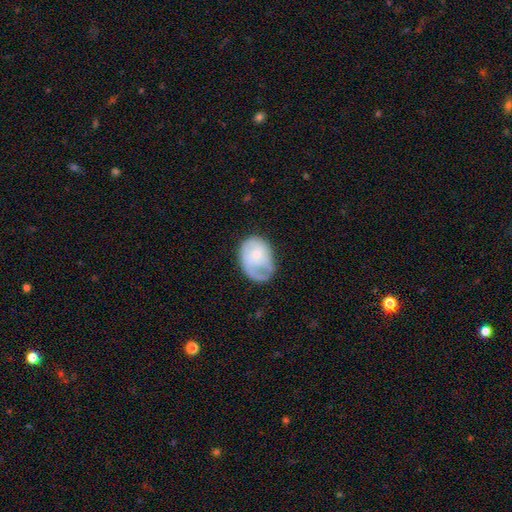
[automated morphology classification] smooth_or_featured: smooth (p=0.50) [alt: featured or disk p=0.43]
how_rounded: in between (p=0.69) [alt: round p=0.31]
merging: none (p=0.37) [alt: minor disturbance p=0.34]